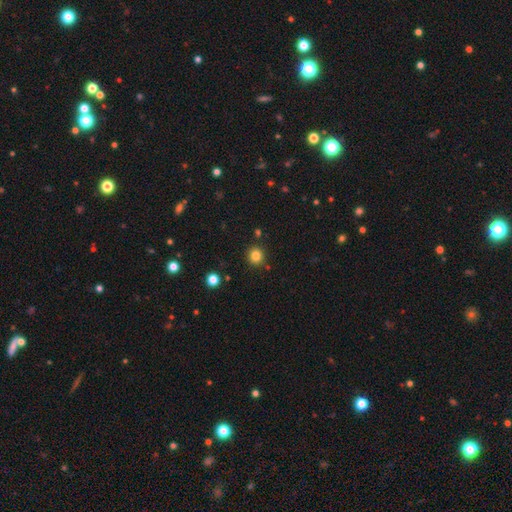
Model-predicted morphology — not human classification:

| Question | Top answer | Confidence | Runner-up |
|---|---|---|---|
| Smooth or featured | smooth | 82% | star or artifact (13%) |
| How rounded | round | 91% | in between (8%) |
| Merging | none | 88% | minor disturbance (7%) |